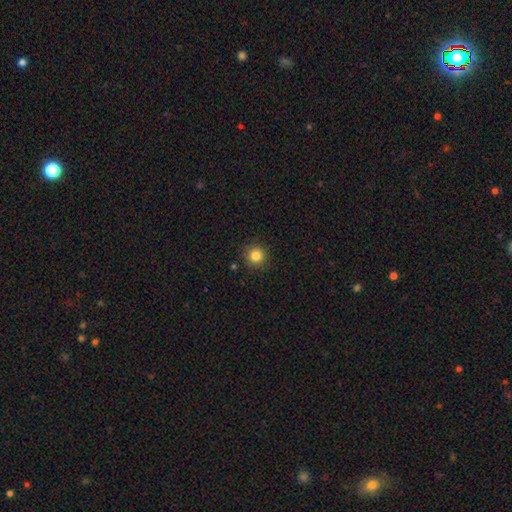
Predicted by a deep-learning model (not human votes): Smooth or featured? Predicted: smooth (p=0.84). How rounded? Predicted: round (p=0.94). Merging? Predicted: none (p=0.91).